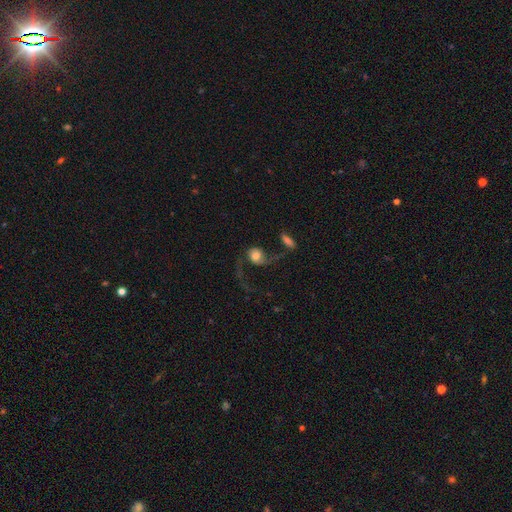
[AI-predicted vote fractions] A featured or disk galaxy (49%). Merging: major disturbance (45%).